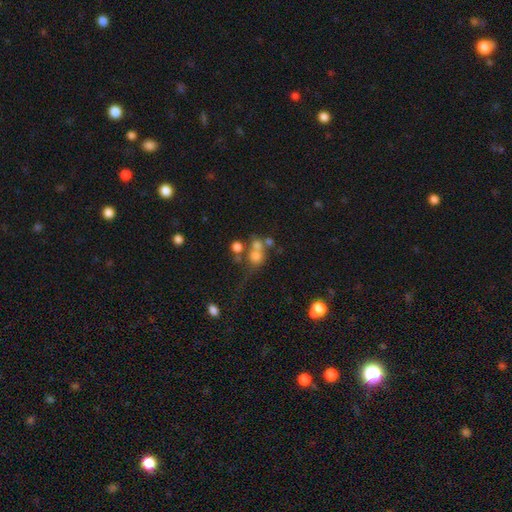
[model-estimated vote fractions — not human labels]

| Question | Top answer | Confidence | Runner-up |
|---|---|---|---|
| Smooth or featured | smooth | 62% | featured or disk (20%) |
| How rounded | round | 76% | in between (23%) |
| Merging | merger | 42% | none (33%) |